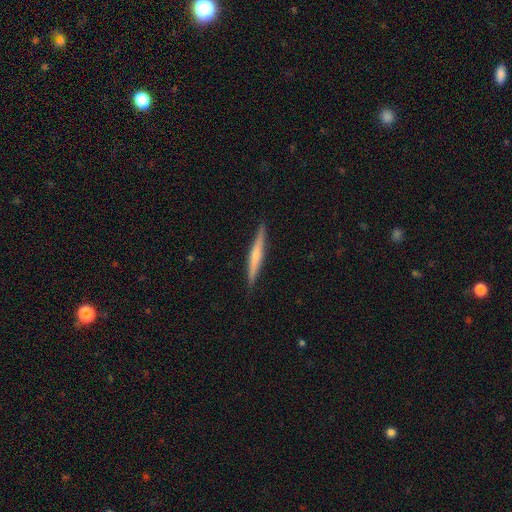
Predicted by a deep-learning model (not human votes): A featured or disk galaxy (51%) viewed edge-on (97%).

Vote fractions:
- Smooth or featured? featured or disk: 51% / smooth: 44% / star or artifact: 5%
- Edge-on disk? yes: 97% / no: 3%
- Merging? none: 90% / minor disturbance: 7% / major disturbance: 1% / merger: 1%